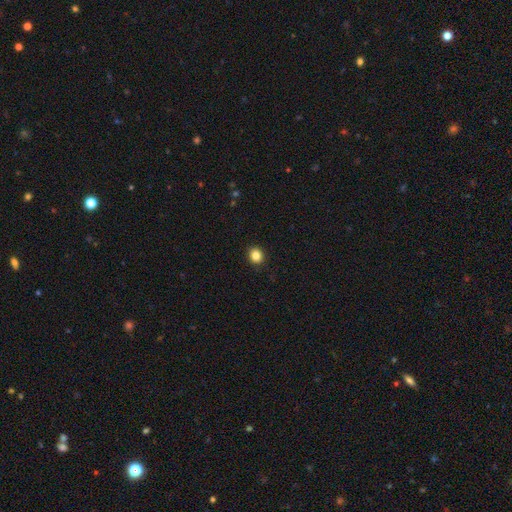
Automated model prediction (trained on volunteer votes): Smooth or featured? smooth (84%)
How rounded? round (77%)
Merging? none (92%)